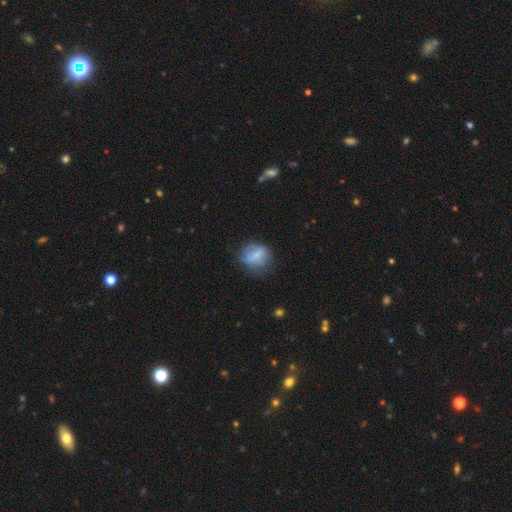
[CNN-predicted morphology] Smooth or featured?
  - smooth: 66% *
  - featured or disk: 25%
  - star or artifact: 9%
How rounded?
  - round: 68% *
  - in between: 31%
  - cigar-shaped: 1%
Merging?
  - none: 57% *
  - minor disturbance: 27%
  - major disturbance: 14%
  - merger: 2%